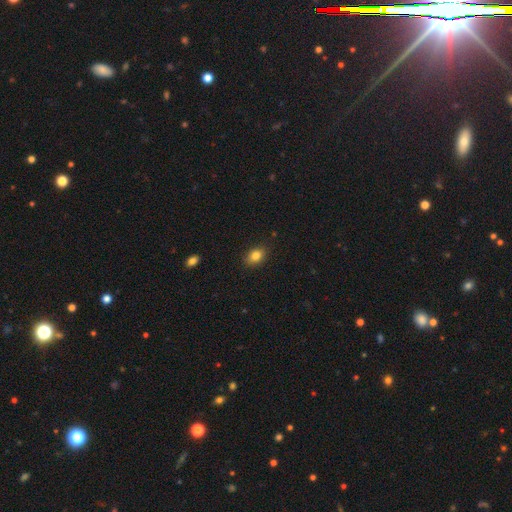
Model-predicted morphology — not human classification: Smooth or featured? Predicted: smooth (p=0.84). How rounded? Predicted: in between (p=0.76). Merging? Predicted: none (p=0.86).